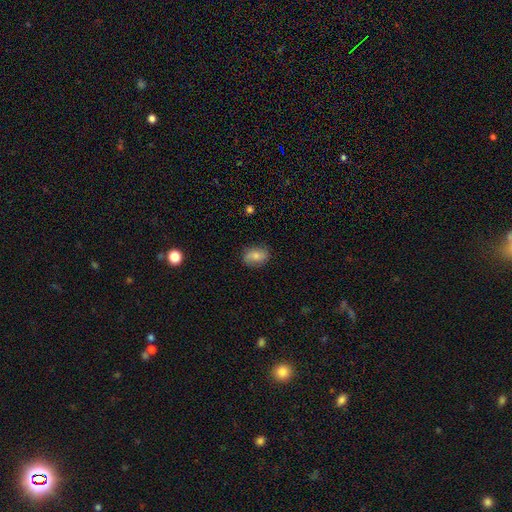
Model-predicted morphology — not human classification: Smooth or featured?
  - smooth: 67% *
  - featured or disk: 24%
  - star or artifact: 9%
How rounded?
  - in between: 78% *
  - round: 20%
  - cigar-shaped: 2%
Merging?
  - none: 77% *
  - minor disturbance: 18%
  - major disturbance: 4%
  - merger: 1%